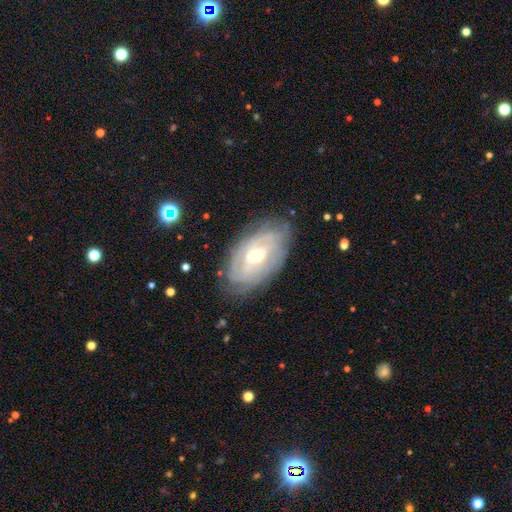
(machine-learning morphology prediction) Smooth or featured: featured or disk — 82% (smooth — 12%)
Edge-on disk: no — 93% (yes — 7%)
Bar: weak — 47% (no — 31%)
Spiral arms: yes — 89% (no — 11%)
Spiral winding: tight — 72% (medium — 22%)
Spiral arm count: can't tell — 47% (2 — 21%)
Bulge size: moderate — 63% (small — 32%)
Merging: none — 77% (minor disturbance — 17%)